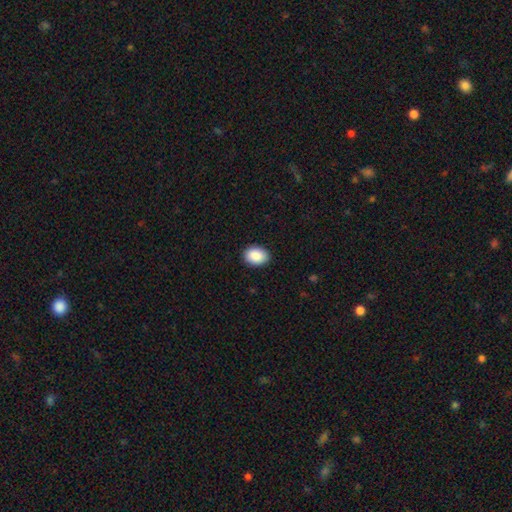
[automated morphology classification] Smooth or featured?
  - smooth: 90% *
  - star or artifact: 7%
  - featured or disk: 3%
How rounded?
  - in between: 75% *
  - round: 24%
  - cigar-shaped: 1%
Merging?
  - none: 90% *
  - minor disturbance: 7%
  - major disturbance: 2%
  - merger: 1%